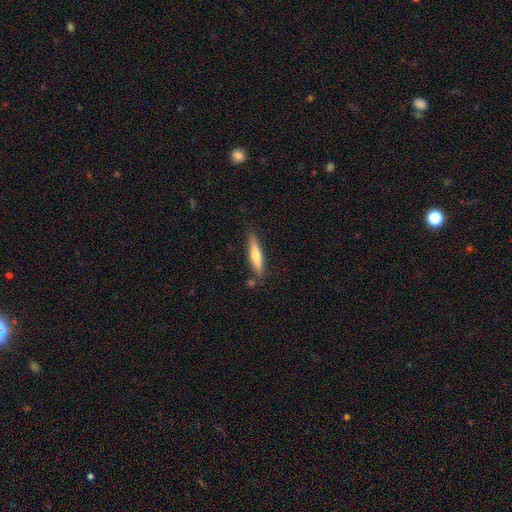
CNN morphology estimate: Smooth or featured? Predicted: smooth (p=0.53). How rounded? Predicted: cigar-shaped (p=0.85). Merging? Predicted: none (p=0.82).